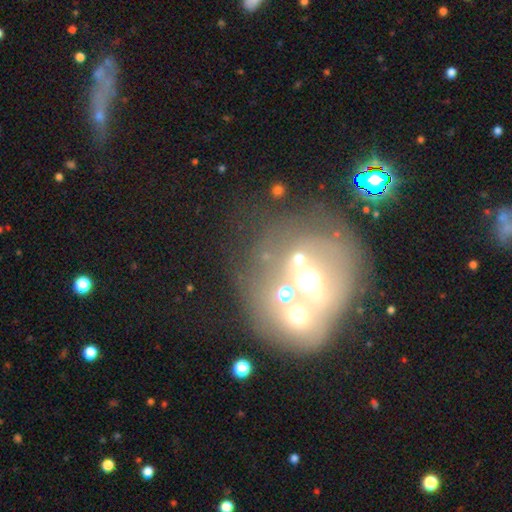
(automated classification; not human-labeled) Smooth or featured? Predicted: featured or disk (p=0.43). Merging? Predicted: merger (p=0.57).